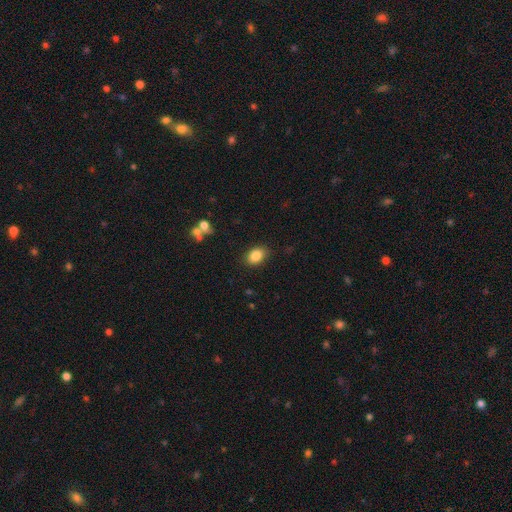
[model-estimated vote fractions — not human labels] smooth_or_featured: smooth (p=0.85) [alt: star or artifact p=0.09]
how_rounded: in between (p=0.76) [alt: round p=0.23]
merging: none (p=0.85) [alt: minor disturbance p=0.11]